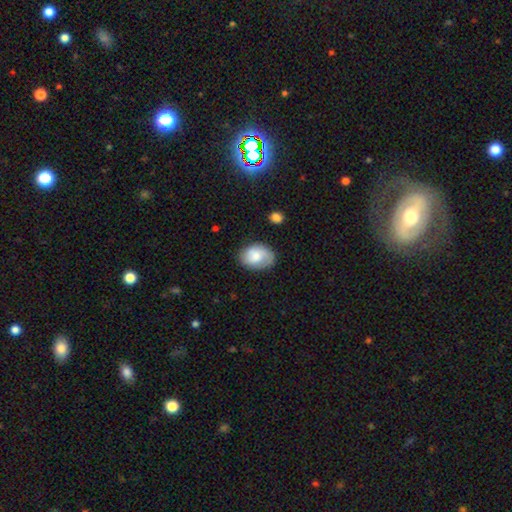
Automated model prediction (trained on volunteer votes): Overall: smooth (69%). How rounded: in between (72%). Merging: none (73%).